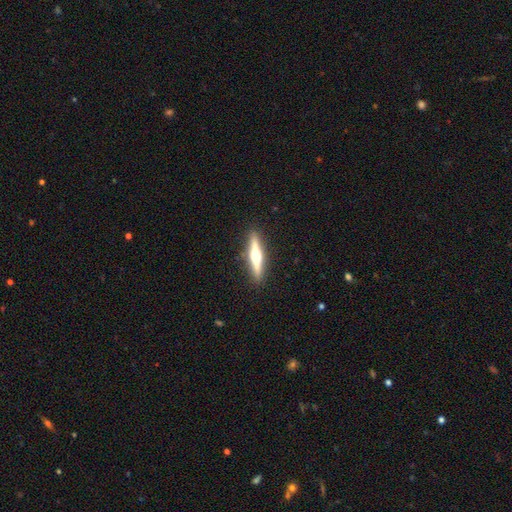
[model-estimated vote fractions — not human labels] Smooth or featured?
  - featured or disk: 67% *
  - smooth: 28%
  - star or artifact: 5%
Edge-on disk?
  - yes: 97% *
  - no: 3%
Edge-on bulge?
  - rounded: 94% *
  - boxy: 3%
  - none: 3%
Merging?
  - none: 91% *
  - minor disturbance: 6%
  - major disturbance: 2%
  - merger: 1%